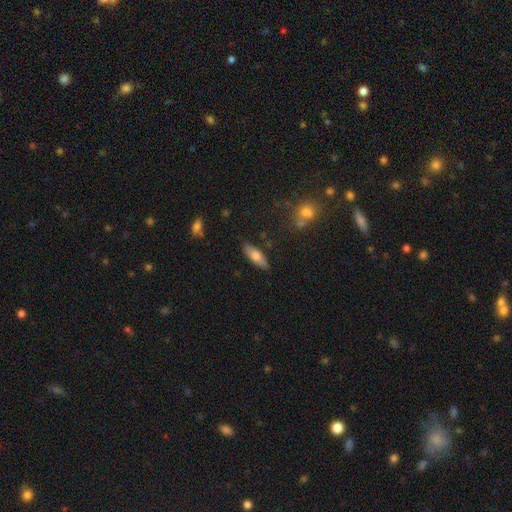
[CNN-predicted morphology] This is likely a smooth galaxy (71%). How rounded: likely in between (61%). Merging: clearly none (85%).